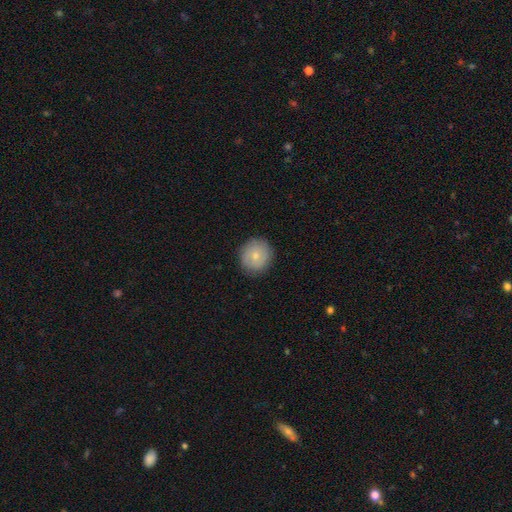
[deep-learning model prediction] smooth 71%, featured or disk 22%, star or artifact 7%. Down the decision tree: how rounded — round (90%); merging — none (87%).